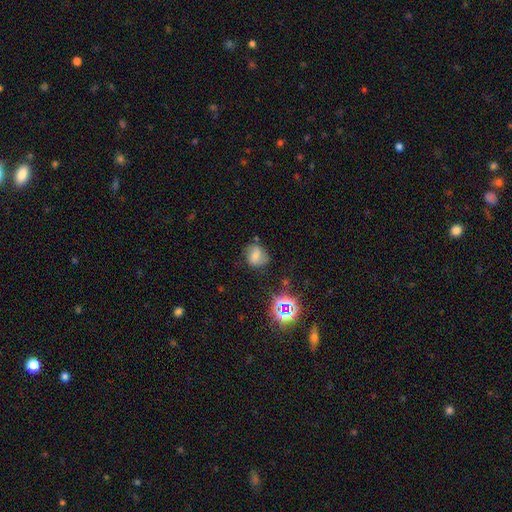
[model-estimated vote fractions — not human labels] The model was most divided on "smooth or featured": smooth: 52%, featured or disk: 29%, star or artifact: 19%. More confident: merging — none (65%); how rounded — round (63%).